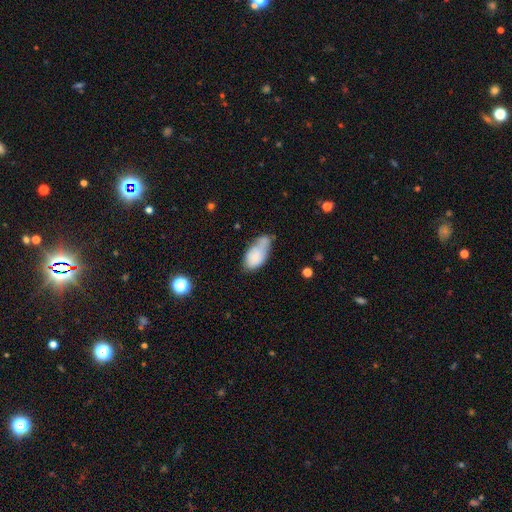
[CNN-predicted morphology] smooth_or_featured: smooth (p=0.76) [alt: featured or disk p=0.16]
how_rounded: in between (p=0.92) [alt: round p=0.04]
merging: none (p=0.33) [alt: minor disturbance p=0.30]